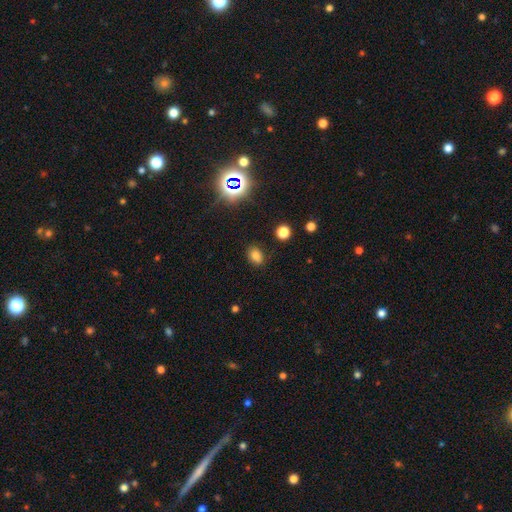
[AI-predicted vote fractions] Smooth or featured? Predicted: smooth (p=0.73). How rounded? Predicted: in between (p=0.69). Merging? Predicted: none (p=0.83).